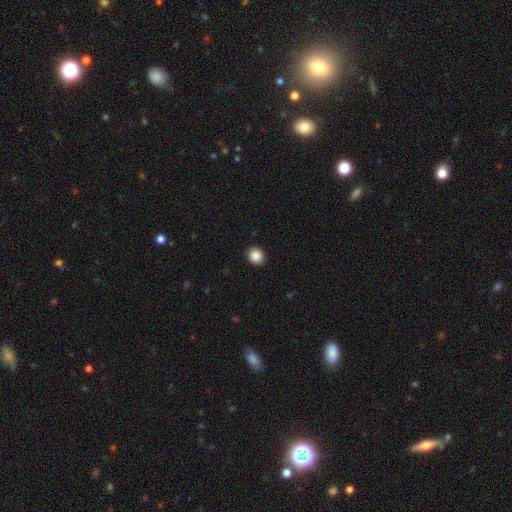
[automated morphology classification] The model was most divided on "how rounded": round: 79%, in between: 20%, cigar-shaped: 1%. More confident: merging — none (91%); smooth or featured — smooth (88%).